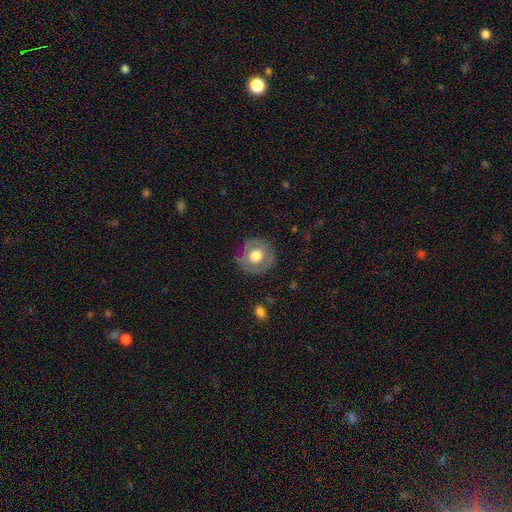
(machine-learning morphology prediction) Smooth or featured? Predicted: smooth (p=0.56). How rounded? Predicted: round (p=0.92). Merging? Predicted: none (p=0.83).